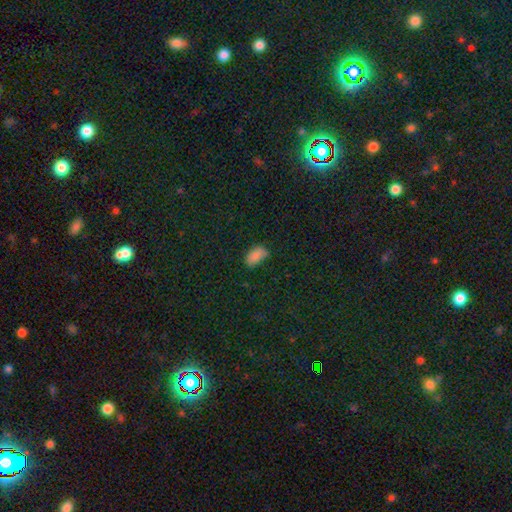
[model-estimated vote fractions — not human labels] smooth_or_featured: smooth (p=0.83) [alt: star or artifact p=0.11]
how_rounded: in between (p=0.92) [alt: round p=0.05]
merging: none (p=0.59) [alt: minor disturbance p=0.31]